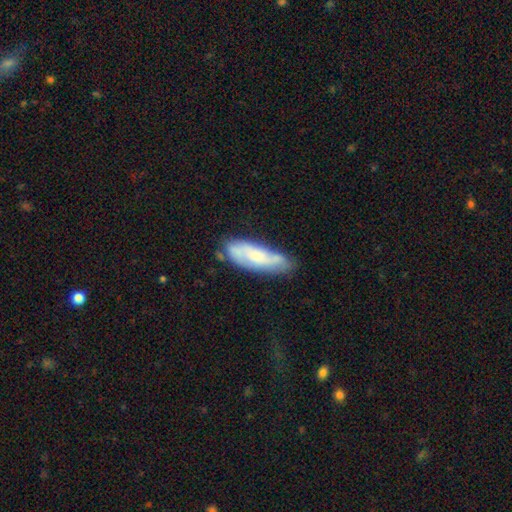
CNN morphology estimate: smooth-or-featured: smooth: 47% (tied) | featured or disk: 47% (tied) | star or artifact: 7%
  merging: none: 59% | minor disturbance: 27% | major disturbance: 8% | merger: 5%